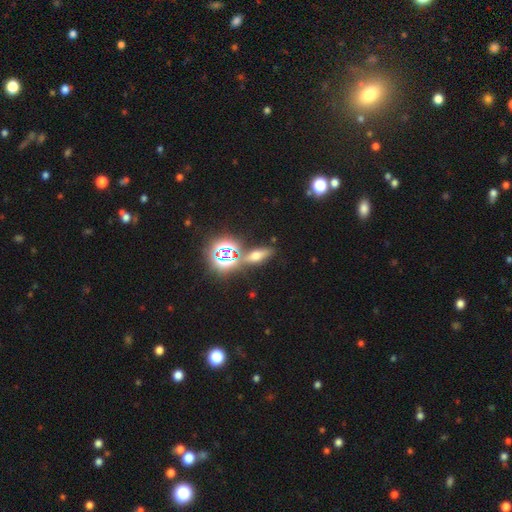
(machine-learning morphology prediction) This appears to be a smooth galaxy with no disk features (44%). Merging: none (74%).